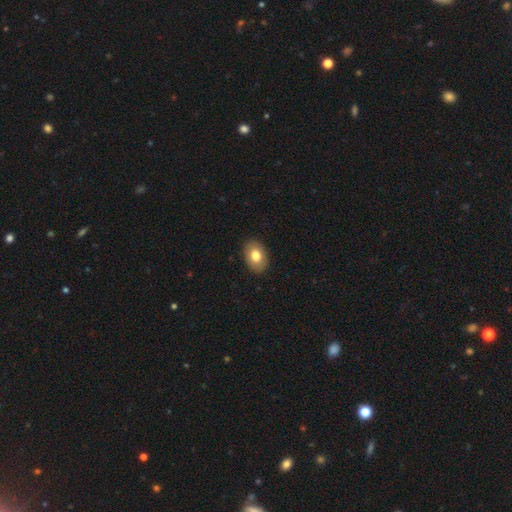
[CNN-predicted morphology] The model was most divided on "smooth or featured": smooth: 79%, featured or disk: 14%, star or artifact: 7%. More confident: merging — none (89%); how rounded — in between (83%).